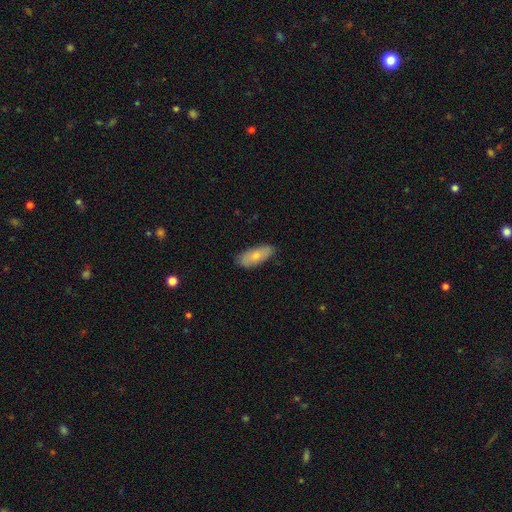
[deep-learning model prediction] This is likely a smooth galaxy (72%). How rounded: clearly in between (81%). Merging: clearly none (83%).